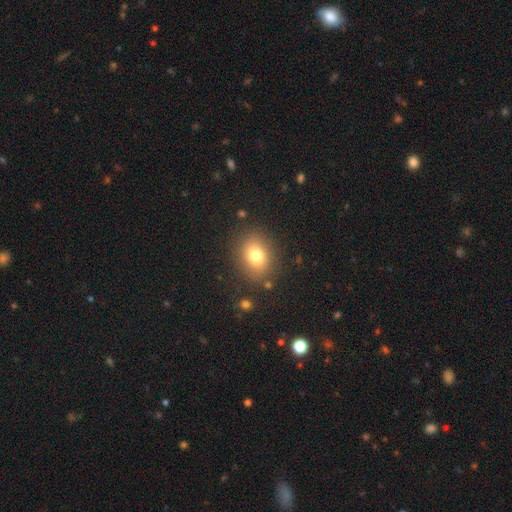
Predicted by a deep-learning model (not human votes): This is likely a smooth galaxy (77%). How rounded: possibly in between (50%). Merging: clearly none (85%).